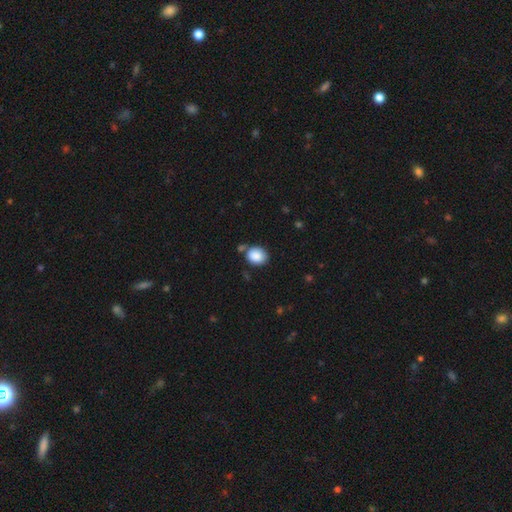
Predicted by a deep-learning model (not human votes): Smooth or featured? Predicted: smooth (p=0.88). How rounded? Predicted: round (p=0.59). Merging? Predicted: none (p=0.69).